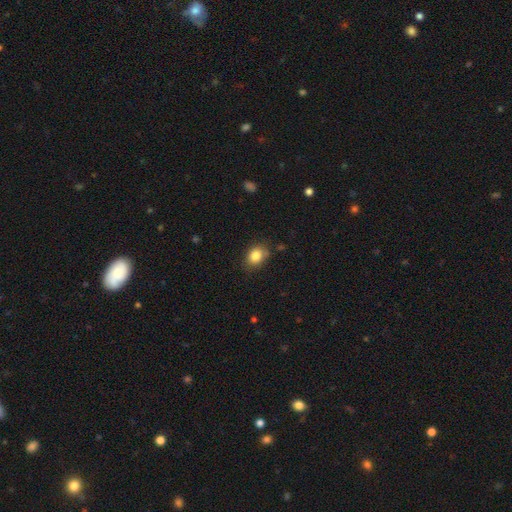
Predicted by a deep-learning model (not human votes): The model was most divided on "how rounded": in between: 56%, round: 43%, cigar-shaped: 1%. More confident: smooth or featured — smooth (84%); merging — none (74%).